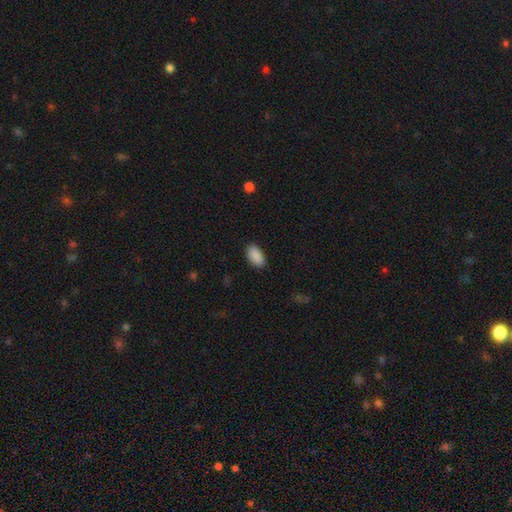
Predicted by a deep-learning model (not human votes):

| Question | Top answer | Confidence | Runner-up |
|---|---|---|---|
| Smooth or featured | smooth | 90% | star or artifact (7%) |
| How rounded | in between | 94% | round (3%) |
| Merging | none | 87% | minor disturbance (9%) |